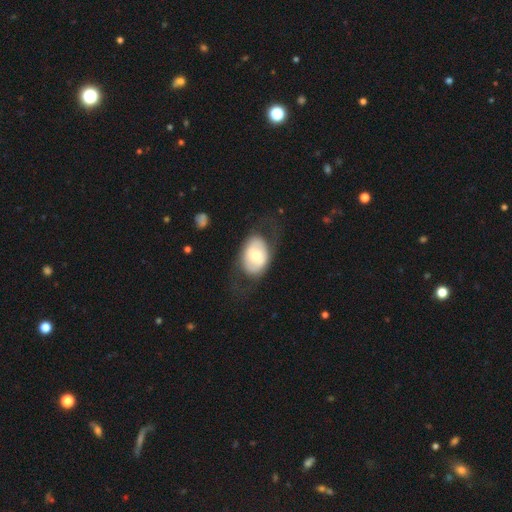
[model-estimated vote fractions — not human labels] Q: Smooth or featured?
A: smooth (51%); runner-up: featured or disk (43%)
Q: How rounded?
A: in between (80%); runner-up: round (19%)
Q: Merging?
A: none (66%); runner-up: minor disturbance (17%)